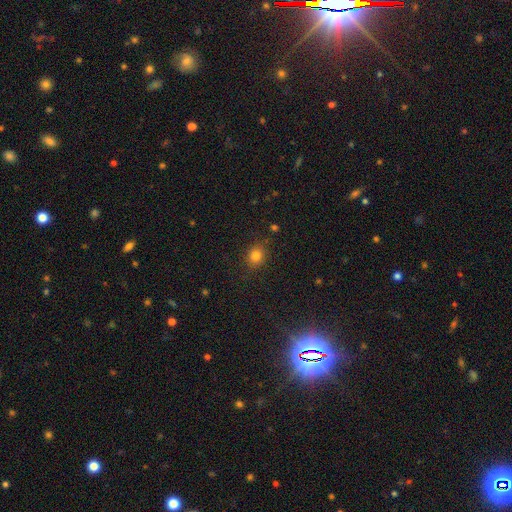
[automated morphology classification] The model was most divided on "how rounded": round: 75%, in between: 24%, cigar-shaped: 1%. More confident: merging — none (85%); smooth or featured — smooth (81%).